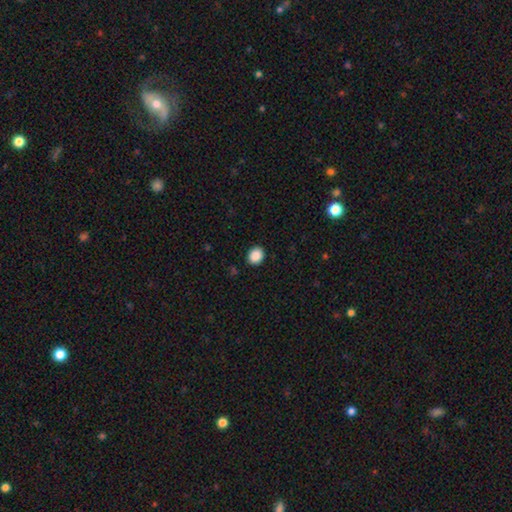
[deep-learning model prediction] The model was most divided on "how rounded": round: 57%, in between: 42%, cigar-shaped: 1%. More confident: merging — none (90%); smooth or featured — smooth (89%).